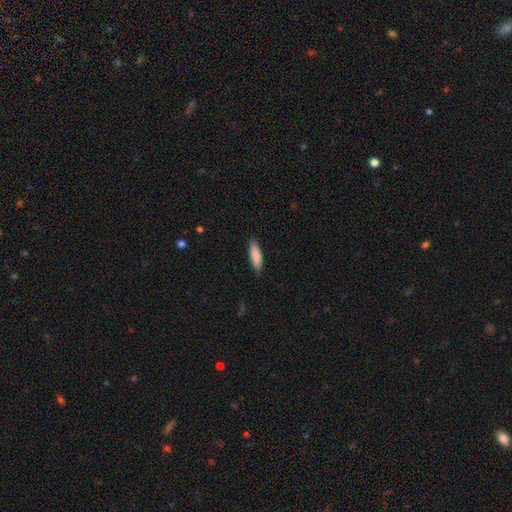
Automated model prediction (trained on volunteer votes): Q: Smooth or featured?
A: smooth (86%); runner-up: featured or disk (9%)
Q: How rounded?
A: cigar-shaped (60%); runner-up: in between (38%)
Q: Merging?
A: none (88%); runner-up: minor disturbance (9%)